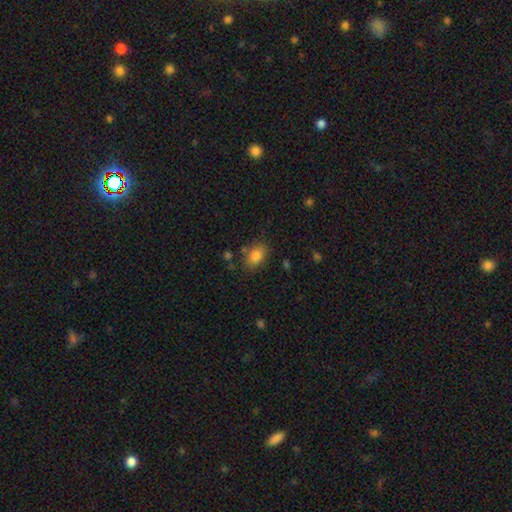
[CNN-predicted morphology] Overall: smooth (84%). How rounded: in between (82%). Merging: none (77%).